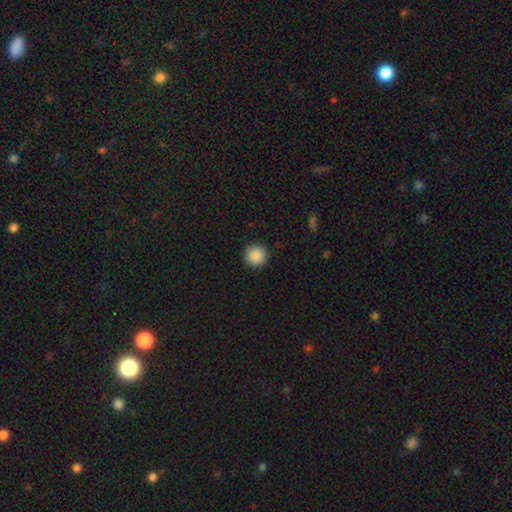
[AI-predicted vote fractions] Smooth or featured: smooth — 89% (star or artifact — 8%)
How rounded: round — 95% (in between — 4%)
Merging: none — 92% (minor disturbance — 5%)